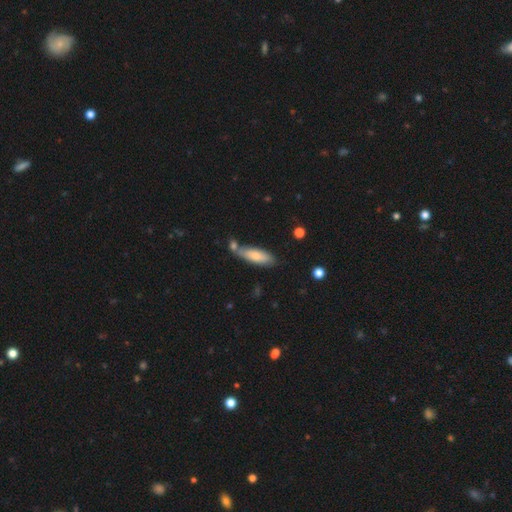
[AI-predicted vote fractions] Smooth or featured? smooth (73%)
How rounded? in between (54%)
Merging? none (59%)